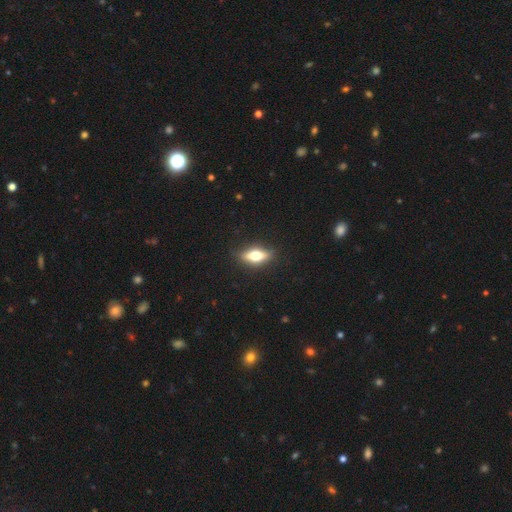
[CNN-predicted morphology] Overall: smooth (54%; featured or disk 39%). How rounded: in between (66%; cigar-shaped 29%). Merging: none (85%).